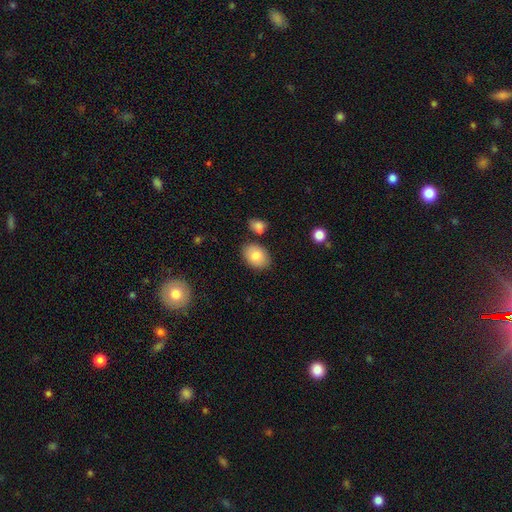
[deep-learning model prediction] Overall: smooth (81%). How rounded: in between (79%). Merging: none (80%).